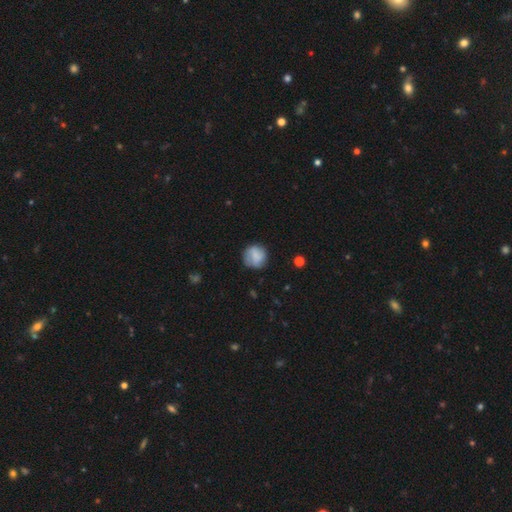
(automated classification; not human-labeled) This appears to be a smooth galaxy with no disk features (75%) that is round (89%). Merging: none (74%).